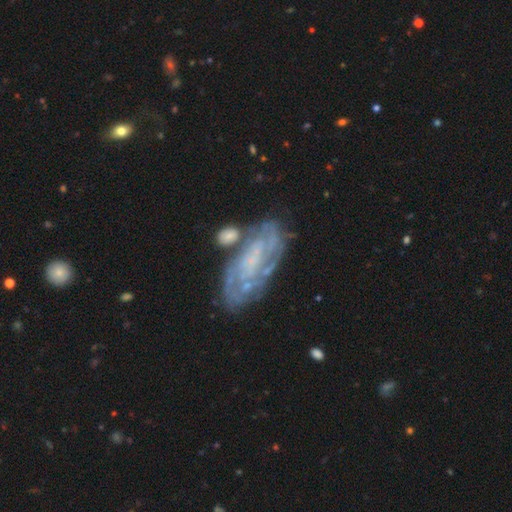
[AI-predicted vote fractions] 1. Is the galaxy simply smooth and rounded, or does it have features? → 73% featured or disk, 18% smooth, 9% star or artifact.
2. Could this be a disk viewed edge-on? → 90% no, 10% yes.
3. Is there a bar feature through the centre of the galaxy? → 51% no, 34% weak, 16% strong.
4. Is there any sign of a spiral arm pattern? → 78% yes, 22% no.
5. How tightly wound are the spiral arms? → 55% tight, 33% medium, 13% loose.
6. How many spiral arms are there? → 47% can't tell, 27% 2, 12% 3, 6% 4, 5% 1, 4% more than 4.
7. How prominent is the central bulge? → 46% none, 32% small, 16% moderate, 4% large, 2% dominant.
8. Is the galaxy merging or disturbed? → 60% none, 18% minor disturbance, 13% merger, 9% major disturbance.